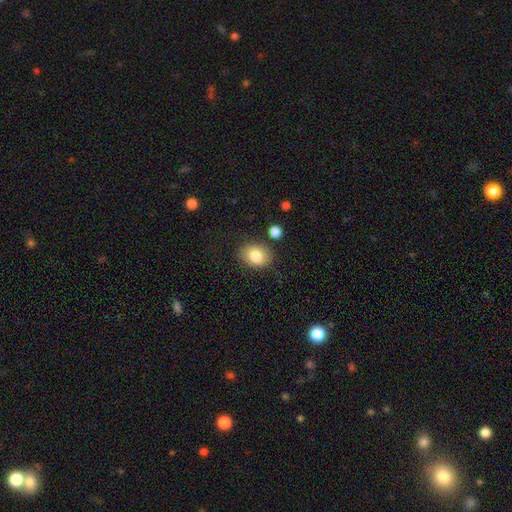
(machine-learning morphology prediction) The model was most divided on "how rounded": in between: 62%, round: 37%, cigar-shaped: 1%. More confident: smooth or featured — smooth (82%); merging — none (80%).